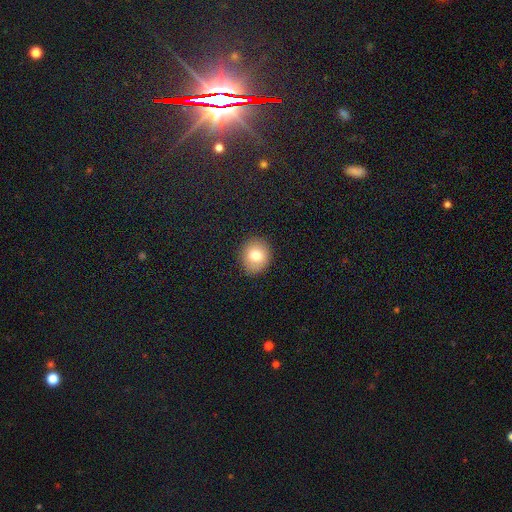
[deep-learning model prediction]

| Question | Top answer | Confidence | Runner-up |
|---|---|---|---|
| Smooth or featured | smooth | 76% | featured or disk (13%) |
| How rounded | round | 78% | in between (21%) |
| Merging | none | 89% | minor disturbance (7%) |